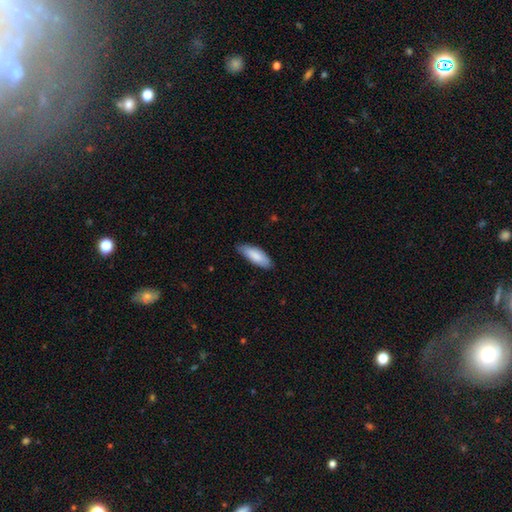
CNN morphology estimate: Q: Smooth or featured?
A: smooth (86%); runner-up: featured or disk (9%)
Q: How rounded?
A: in between (69%); runner-up: cigar-shaped (30%)
Q: Merging?
A: none (78%); runner-up: minor disturbance (19%)